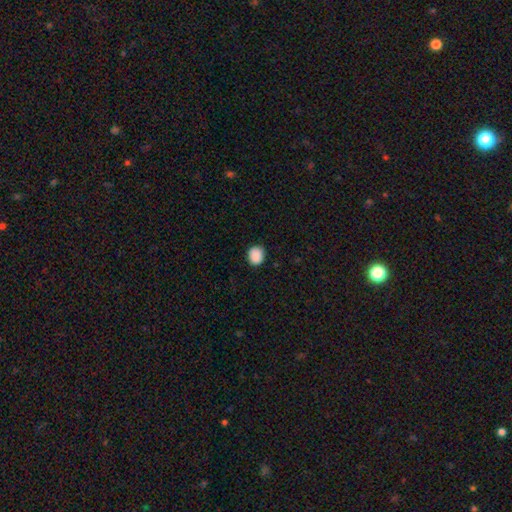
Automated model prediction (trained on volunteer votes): This is clearly a smooth galaxy (89%). How rounded: likely round (70%). Merging: clearly none (85%).